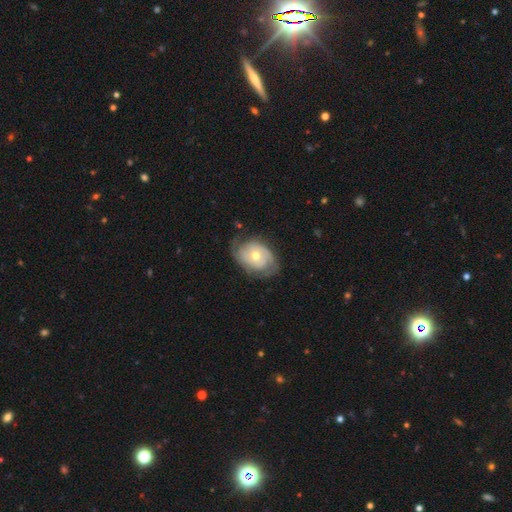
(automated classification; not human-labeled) smooth-or-featured: featured or disk: 75% | smooth: 20% | star or artifact: 5%
  disk-edge-on: no: 96% | yes: 4%
    bar: no: 77% | weak: 19% | strong: 4%
    has-spiral-arms: yes: 86% | no: 14%
      spiral-winding: tight: 58% | medium: 30% | loose: 13%
      spiral-arm-count: 2: 58% | can't tell: 24% | 3: 8% | 1: 6% | 4: 3% | more than 4: 2%
    bulge-size: moderate: 65% | small: 30% | large: 3% | none: 1% | dominant: 1%
  merging: none: 67% | minor disturbance: 22% | major disturbance: 10% | merger: 1%